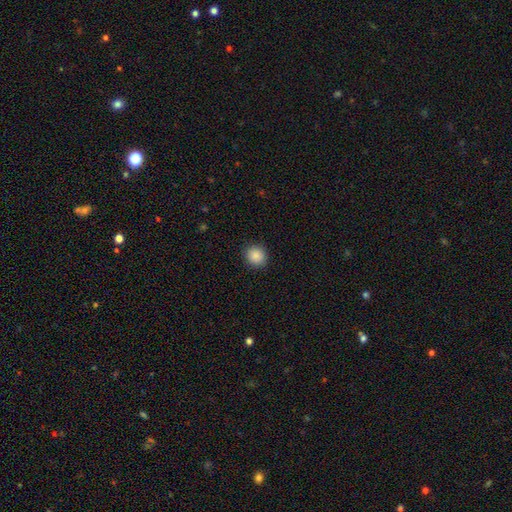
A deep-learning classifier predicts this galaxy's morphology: smooth_or_featured: smooth (p=0.88) [alt: star or artifact p=0.09]
how_rounded: round (p=0.87) [alt: in between p=0.12]
merging: none (p=0.91) [alt: minor disturbance p=0.06]